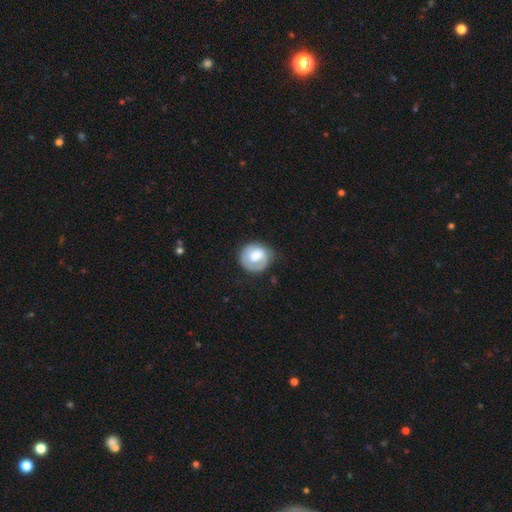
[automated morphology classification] type=smooth (57%); roundness=round (83%); merging=none (67%).